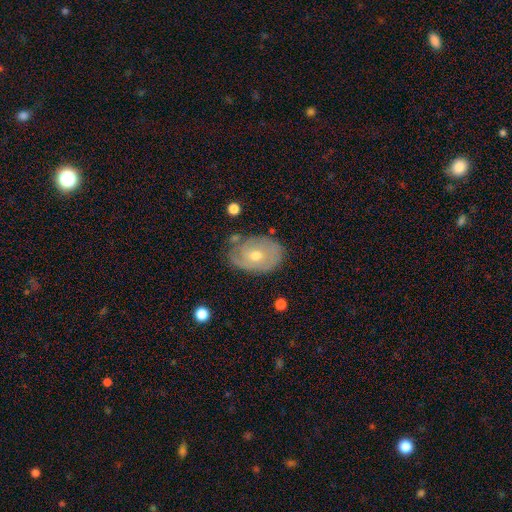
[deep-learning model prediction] smooth_or_featured: featured or disk (p=0.63) [alt: smooth p=0.30]
disk_edge_on: no (p=0.94) [alt: yes p=0.06]
bar: no (p=0.78) [alt: weak p=0.18]
has_spiral_arms: yes (p=0.69) [alt: no p=0.31]
bulge_size: moderate (p=0.61) [alt: small p=0.36]
merging: none (p=0.65) [alt: minor disturbance p=0.25]